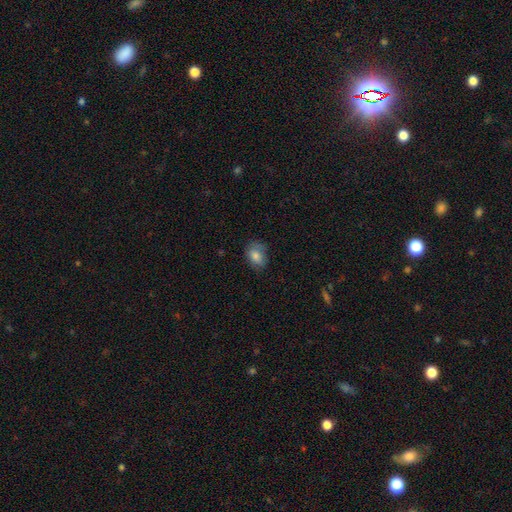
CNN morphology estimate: This appears to be a smooth galaxy with no disk features (80%) that is in between round and cigar-shaped (74%). Merging: none (71%).